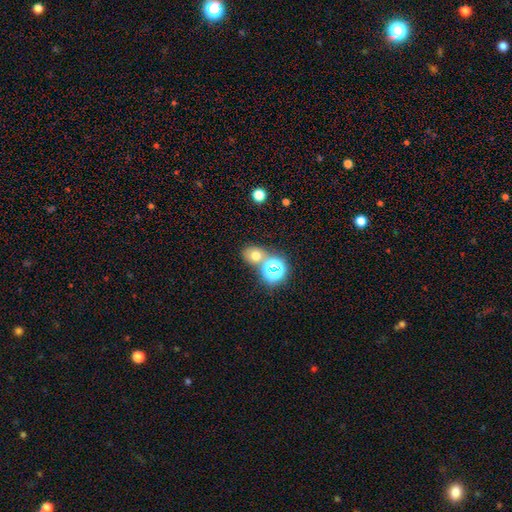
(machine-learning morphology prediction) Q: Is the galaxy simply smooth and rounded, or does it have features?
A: smooth — 64%.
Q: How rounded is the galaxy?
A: round — 61%.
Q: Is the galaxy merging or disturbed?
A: none — 59%.